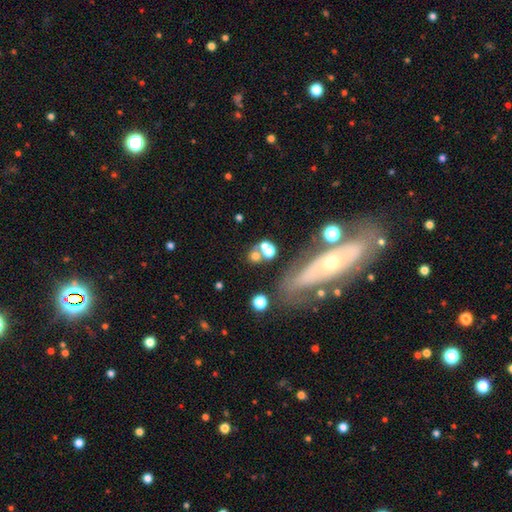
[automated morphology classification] Smooth or featured? smooth (62%)
How rounded? round (75%)
Merging? none (46%)